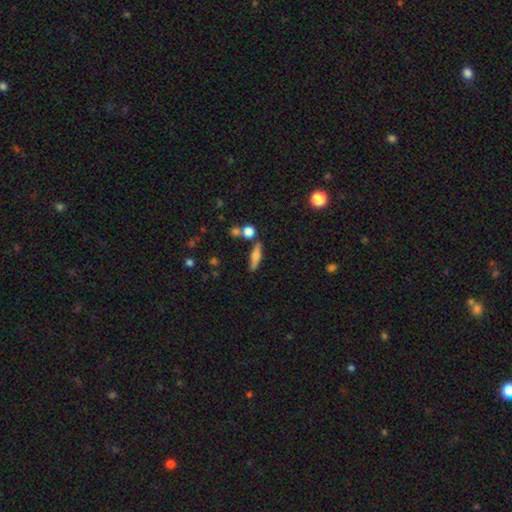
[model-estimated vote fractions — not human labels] A smooth galaxy with no disk features (55%) that is cigar-shaped (67%). Merging: none (76%).